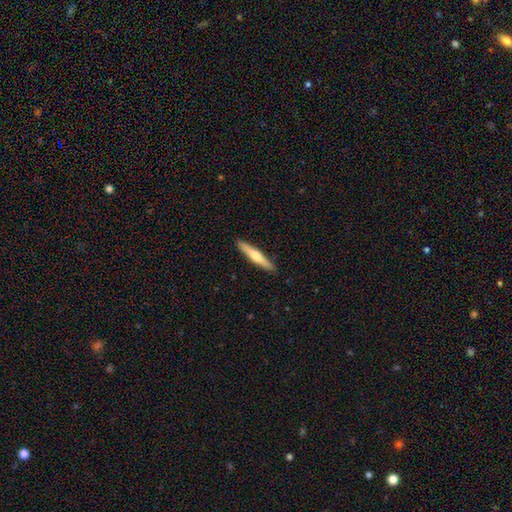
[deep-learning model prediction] Smooth or featured? smooth (49%)
Merging? none (91%)